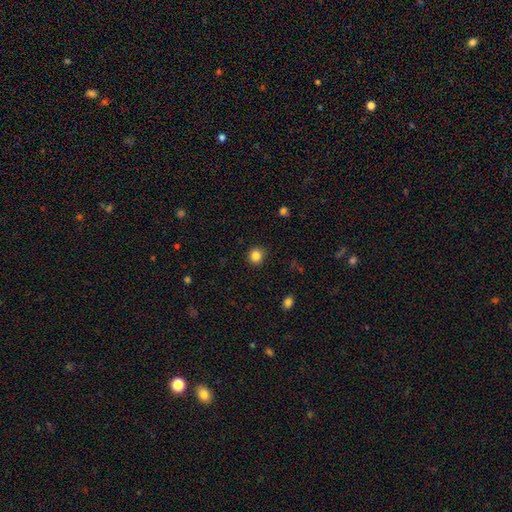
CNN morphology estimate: Overall: smooth (85%). How rounded: round (88%). Merging: none (90%).